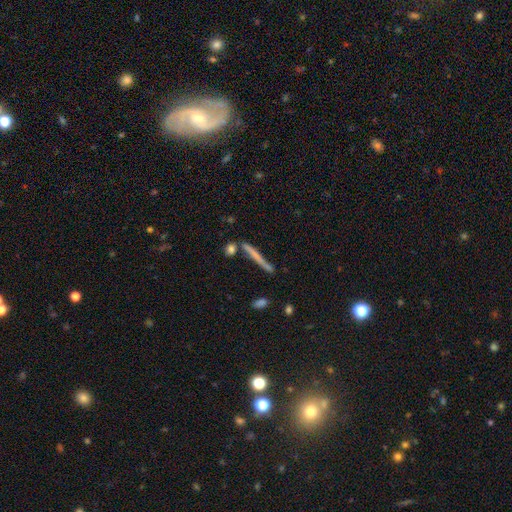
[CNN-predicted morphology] Smooth or featured: smooth — 51% (featured or disk — 41%)
How rounded: cigar-shaped — 95% (in between — 3%)
Merging: none — 77% (minor disturbance — 12%)